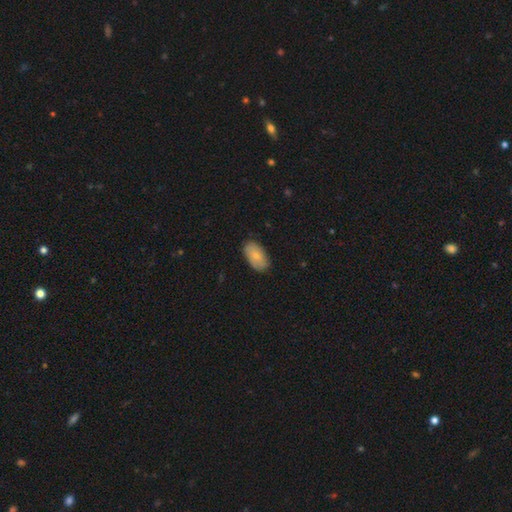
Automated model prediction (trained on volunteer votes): This appears to be a smooth galaxy with no disk features (75%) that is in between round and cigar-shaped (94%). Merging: none (82%).